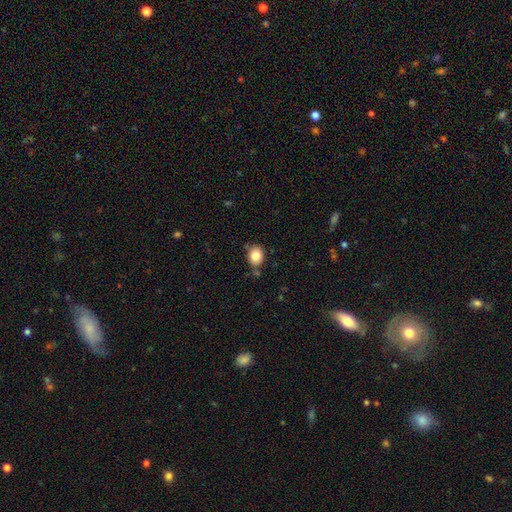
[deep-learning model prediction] Morphology: type=smooth (83%); roundness=round (51%); merging=none (77%).